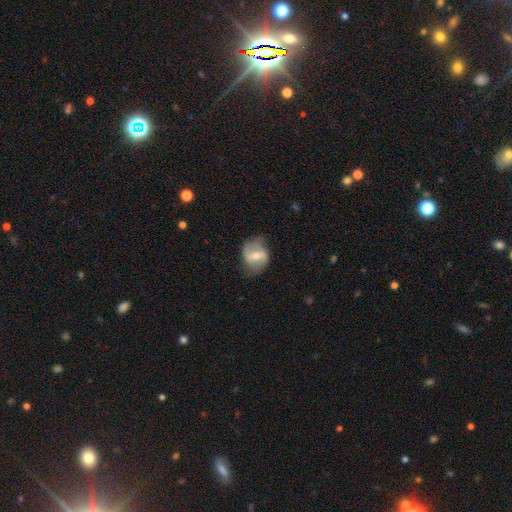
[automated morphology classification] The model was most divided on "bulge size": moderate: 52%, small: 42%, large: 3%, none: 2%, dominant: 1%. More confident: edge-on disk — no (94%); merging — none (64%); smooth or featured — featured or disk (62%); spiral arms — yes (61%); bar — strong (50%).